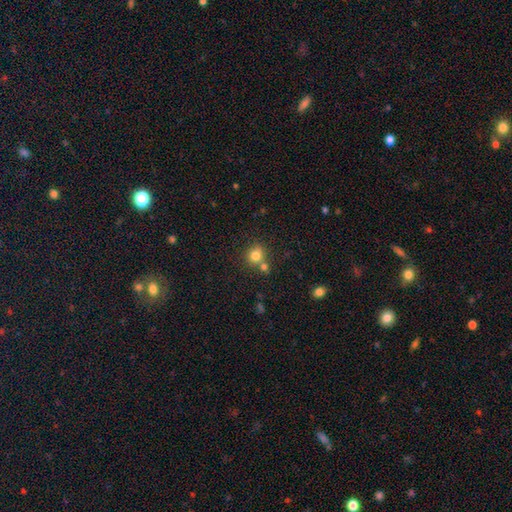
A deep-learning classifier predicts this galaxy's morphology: smooth 80%, star or artifact 13%, featured or disk 8%. Down the decision tree: how rounded — round (79%); merging — none (60%).